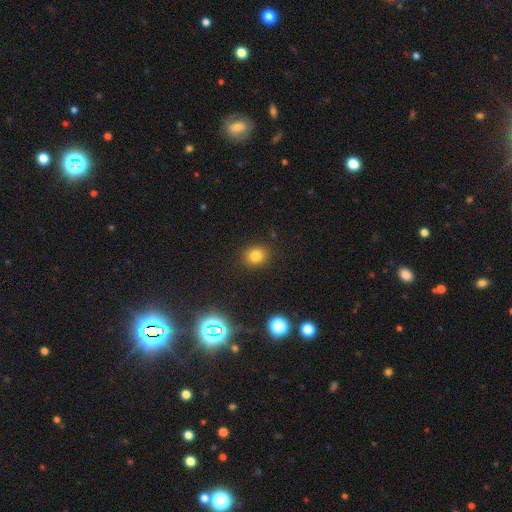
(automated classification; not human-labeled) Smooth or featured? smooth (79%)
How rounded? round (74%)
Merging? none (88%)